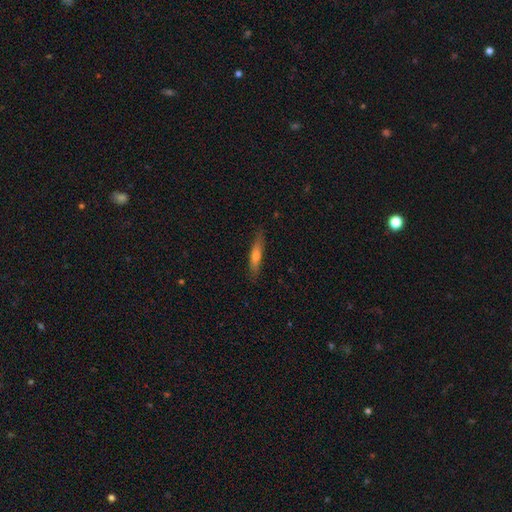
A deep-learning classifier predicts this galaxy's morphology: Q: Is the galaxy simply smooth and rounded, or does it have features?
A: smooth — 55%.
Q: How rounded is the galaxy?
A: cigar-shaped — 87%.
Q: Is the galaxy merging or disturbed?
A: none — 86%.